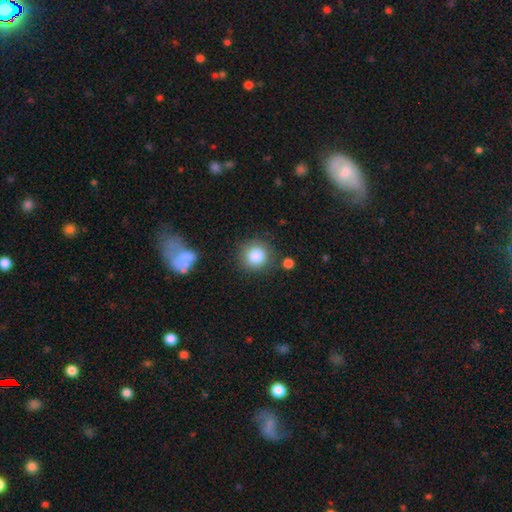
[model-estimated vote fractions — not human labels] Overall: smooth (85%). How rounded: round (91%). Merging: none (82%).